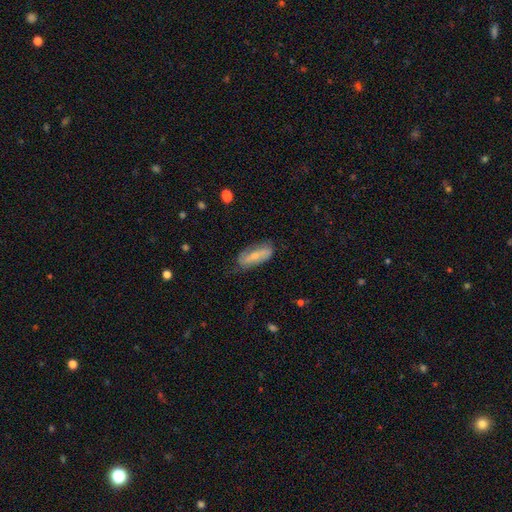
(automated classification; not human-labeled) Q: Smooth or featured?
A: smooth (49%); runner-up: featured or disk (44%)
Q: Merging?
A: none (66%); runner-up: minor disturbance (25%)